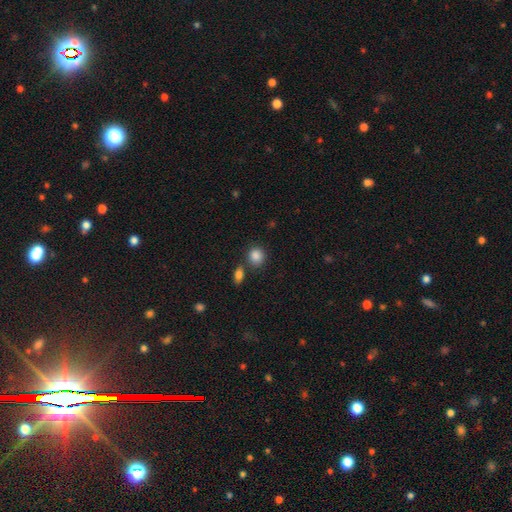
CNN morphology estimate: A smooth galaxy with no disk features (87%) that is round (80%). Merging: none (72%).